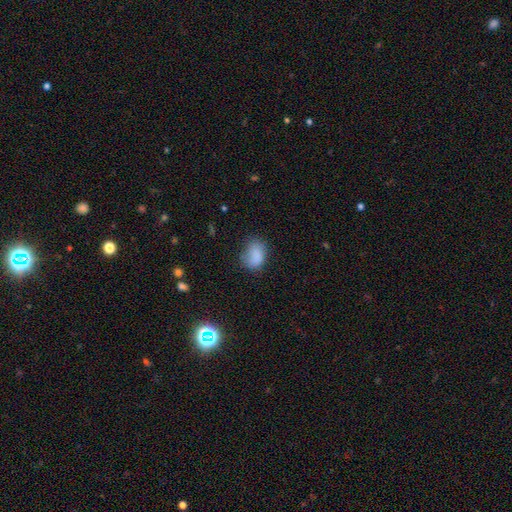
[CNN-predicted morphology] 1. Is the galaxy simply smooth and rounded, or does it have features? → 83% smooth, 10% star or artifact, 7% featured or disk.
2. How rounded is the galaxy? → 78% in between, 21% round, 1% cigar-shaped.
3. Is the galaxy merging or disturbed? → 58% none, 29% minor disturbance, 11% major disturbance, 3% merger.